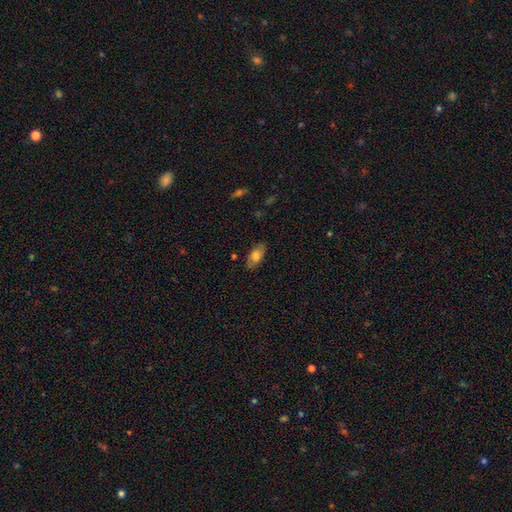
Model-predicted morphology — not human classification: type=smooth (64%); roundness=in between (91%); merging=none (81%).